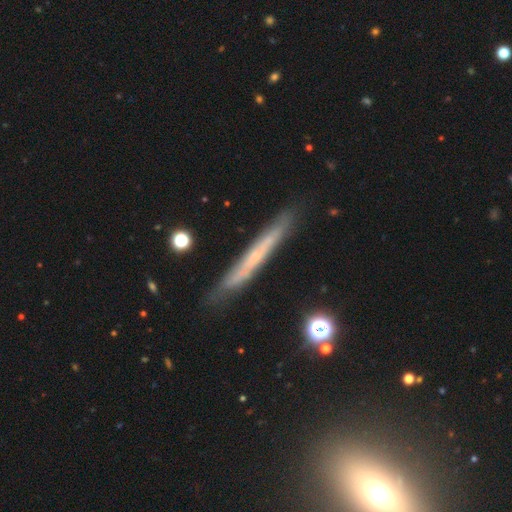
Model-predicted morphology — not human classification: This appears to be a featured or disk galaxy (54%) viewed edge-on (90%). Merging: none (85%).